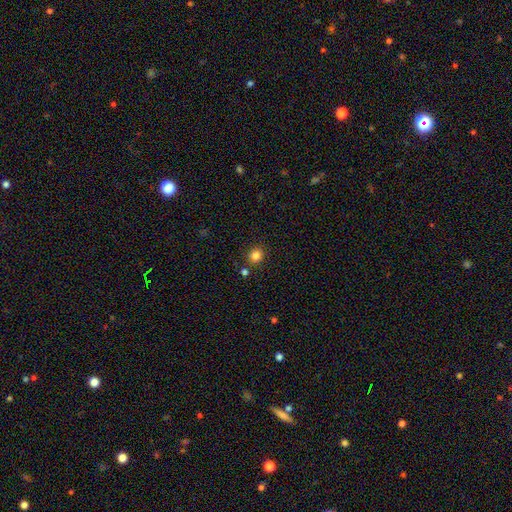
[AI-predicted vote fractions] Smooth or featured: smooth — 83% (star or artifact — 12%)
How rounded: round — 84% (in between — 15%)
Merging: none — 84% (minor disturbance — 8%)